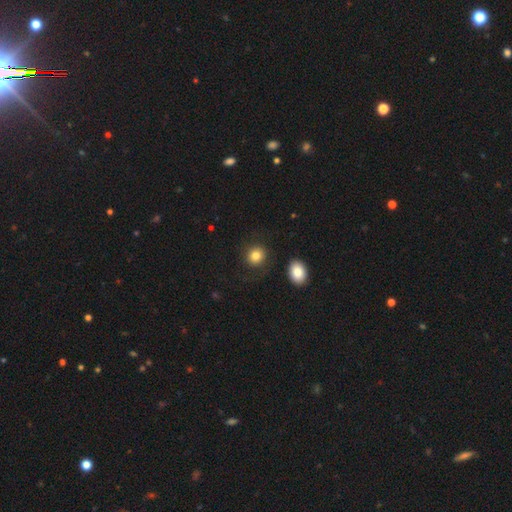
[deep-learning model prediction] Smooth or featured? smooth (83%)
How rounded? round (82%)
Merging? none (84%)